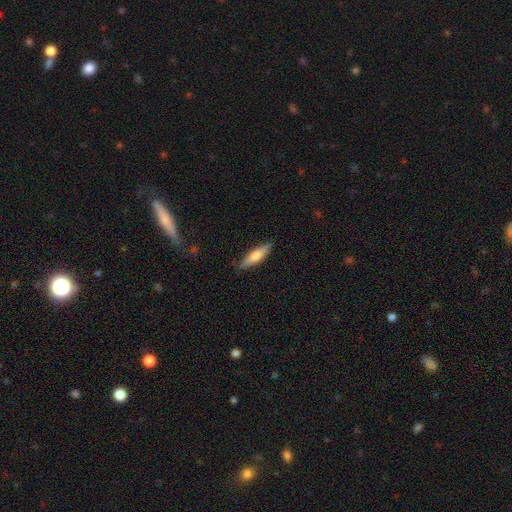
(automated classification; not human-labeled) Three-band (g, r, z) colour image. It shows a smooth galaxy with no disk features (66%) that is cigar-shaped (69%). Merging: none (84%).